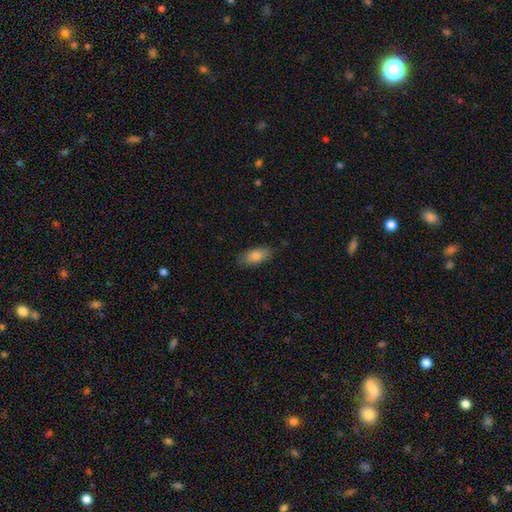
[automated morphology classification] smooth-or-featured: smooth: 83% | featured or disk: 10% | star or artifact: 7%
  how-rounded: in between: 87% | cigar-shaped: 10% | round: 3%
  merging: none: 84% | minor disturbance: 12% | major disturbance: 3% | merger: 1%